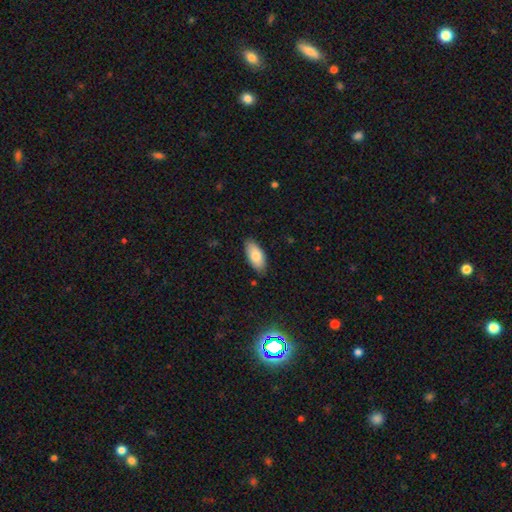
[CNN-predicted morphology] Q: Smooth or featured?
A: smooth (84%); runner-up: featured or disk (10%)
Q: How rounded?
A: in between (90%); runner-up: cigar-shaped (8%)
Q: Merging?
A: none (84%); runner-up: minor disturbance (13%)